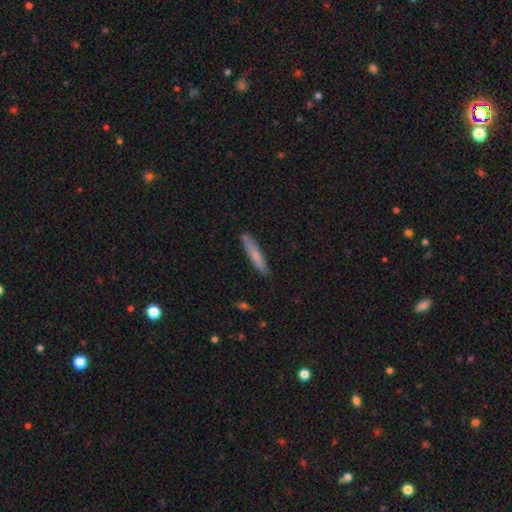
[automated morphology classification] Smooth or featured: smooth — 73% (featured or disk — 22%)
How rounded: cigar-shaped — 90% (in between — 9%)
Merging: none — 84% (minor disturbance — 13%)